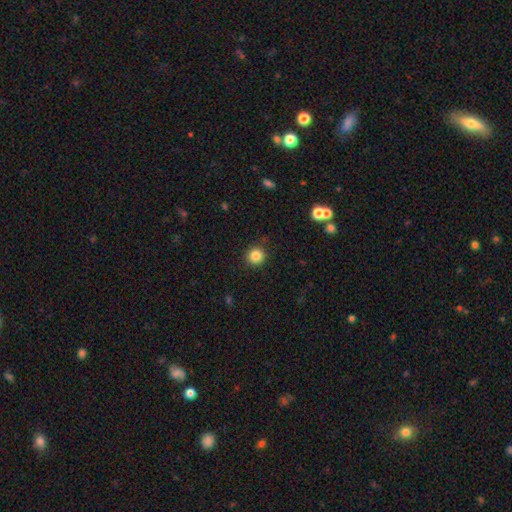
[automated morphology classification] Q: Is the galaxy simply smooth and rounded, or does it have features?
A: smooth — 85%.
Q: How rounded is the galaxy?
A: round — 94%.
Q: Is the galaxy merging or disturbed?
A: none — 90%.